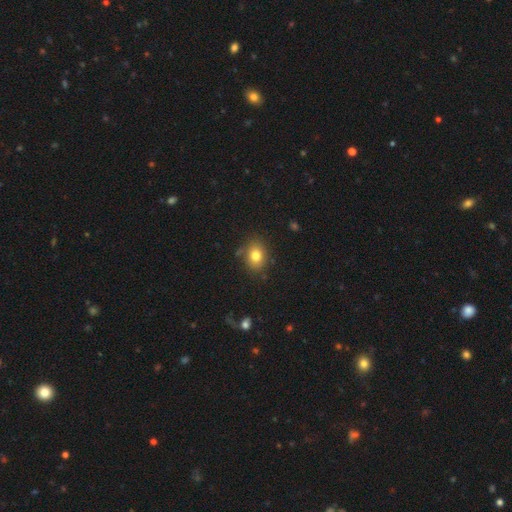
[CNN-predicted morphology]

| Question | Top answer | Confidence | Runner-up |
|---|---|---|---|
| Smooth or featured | smooth | 80% | star or artifact (11%) |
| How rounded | in between | 53% | round (46%) |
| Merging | none | 79% | minor disturbance (14%) |